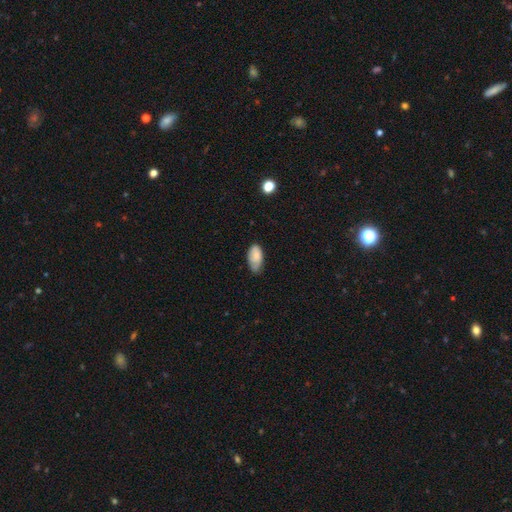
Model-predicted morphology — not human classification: A smooth galaxy with no disk features (80%) that is in between round and cigar-shaped (93%). Merging: none (52%).